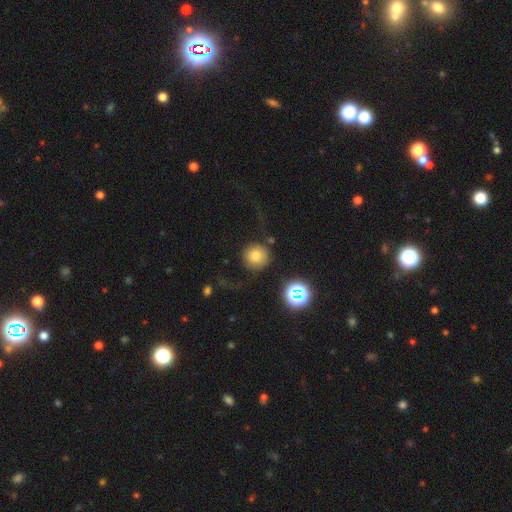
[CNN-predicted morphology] Smooth or featured? Predicted: smooth (p=0.72). How rounded? Predicted: round (p=0.93). Merging? Predicted: none (p=0.65).